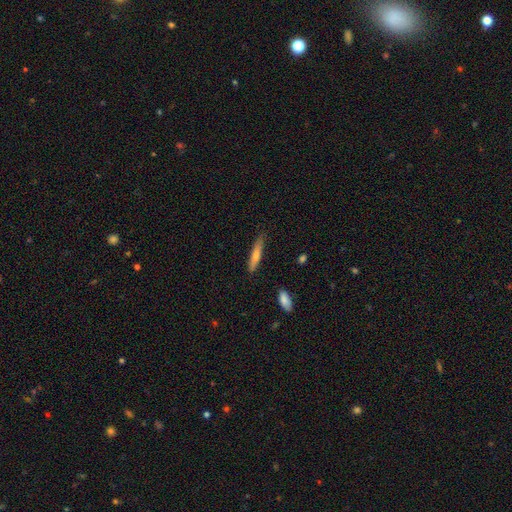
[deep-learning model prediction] Q: Smooth or featured?
A: smooth (59%); runner-up: featured or disk (34%)
Q: How rounded?
A: cigar-shaped (89%); runner-up: in between (10%)
Q: Merging?
A: none (84%); runner-up: minor disturbance (12%)